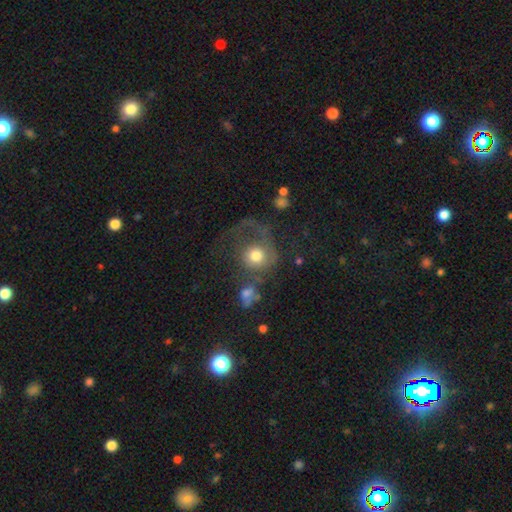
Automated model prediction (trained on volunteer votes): The model was most divided on "smooth or featured": smooth: 53%, featured or disk: 36%, star or artifact: 10%. Remaining: how rounded — round (80%); merging — major disturbance (47%).